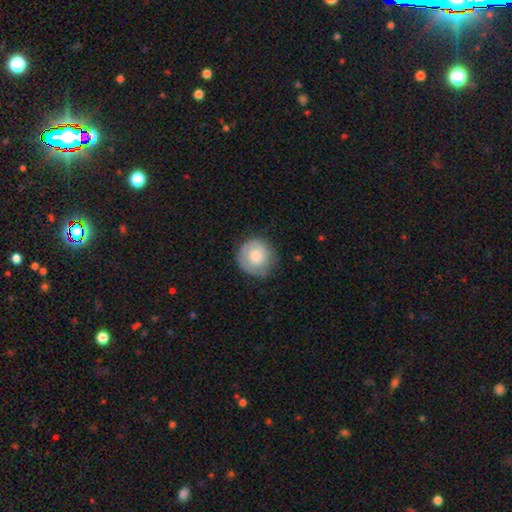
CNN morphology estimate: Smooth or featured? smooth (70%)
How rounded? round (93%)
Merging? none (75%)